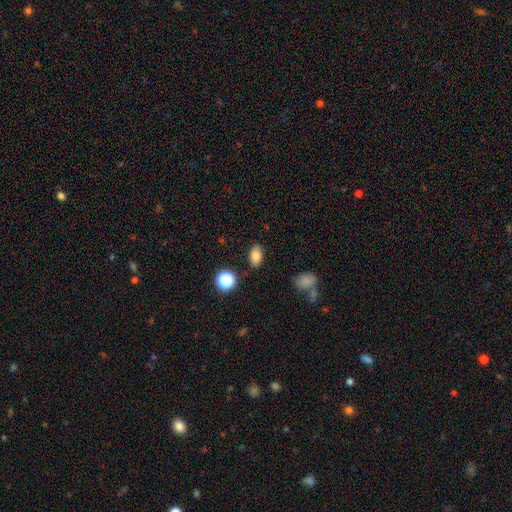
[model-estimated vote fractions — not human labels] smooth_or_featured: smooth (p=0.81) [alt: star or artifact p=0.11]
how_rounded: in between (p=0.86) [alt: round p=0.11]
merging: none (p=0.84) [alt: minor disturbance p=0.11]